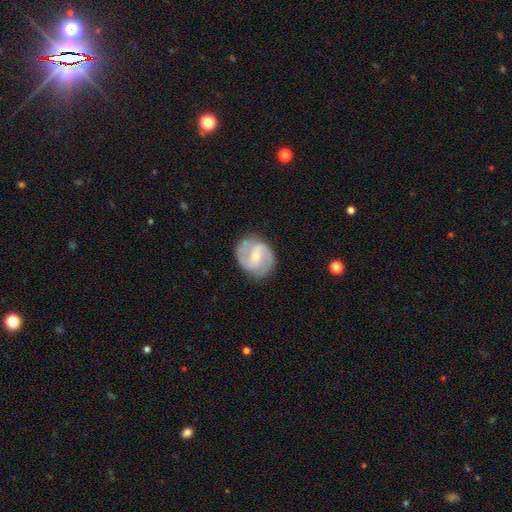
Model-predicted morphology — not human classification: Smooth or featured? Predicted: featured or disk (p=0.83). Edge-on disk? Predicted: no (p=0.98). Bar? Predicted: weak (p=0.50). Spiral arms? Predicted: yes (p=0.95). Spiral winding? Predicted: medium (p=0.54). Spiral arm count? Predicted: 2 (p=0.87). Bulge size? Predicted: small (p=0.58). Merging? Predicted: none (p=0.79).